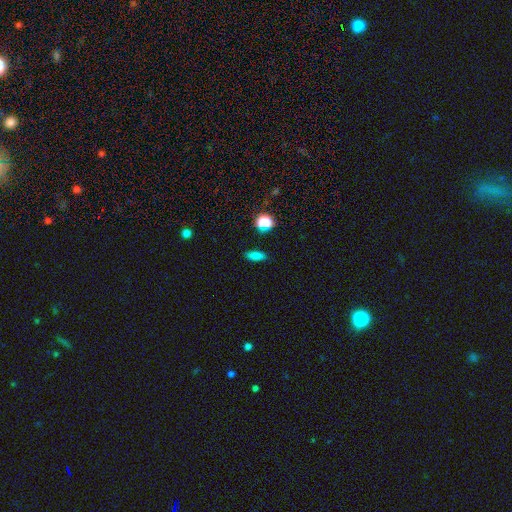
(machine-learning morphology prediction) smooth_or_featured: smooth (p=0.80) [alt: star or artifact p=0.14]
how_rounded: in between (p=0.68) [alt: cigar-shaped p=0.25]
merging: none (p=0.88) [alt: minor disturbance p=0.08]